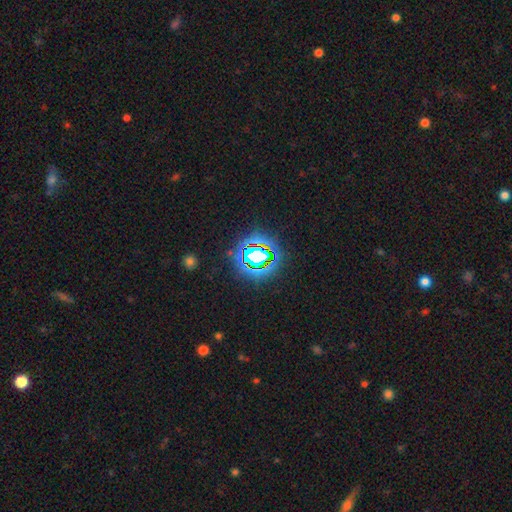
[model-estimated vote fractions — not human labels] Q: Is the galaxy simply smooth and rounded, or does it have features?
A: star or artifact — 71%.